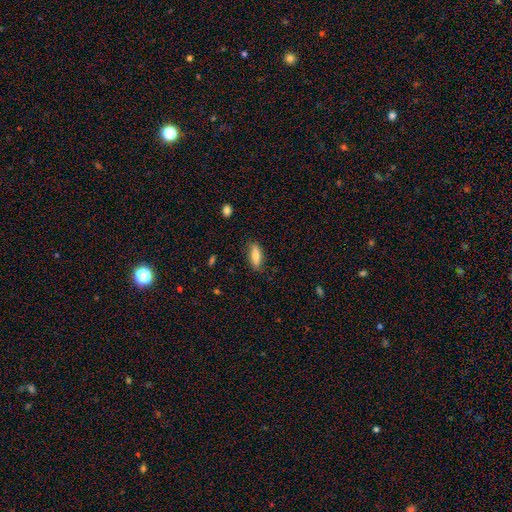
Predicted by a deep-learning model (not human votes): This appears to be a smooth galaxy with no disk features (82%) that is in between round and cigar-shaped (67%). Merging: none (83%).